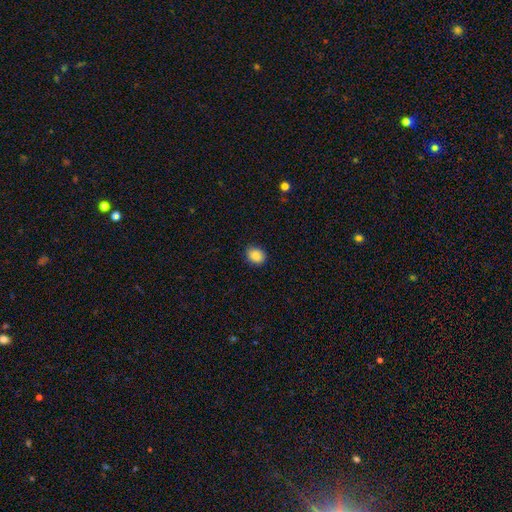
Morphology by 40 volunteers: A smooth galaxy with no disk features (92%) that is in between round and cigar-shaped (59%).

Vote fractions:
- Smooth or featured? smooth: 92% / featured or disk: 5% / star or artifact: 2%
- How rounded? in between: 59% / round: 41% / cigar-shaped: 0%
- Merging? none: 72% / minor disturbance: 23% / major disturbance: 5% / merger: 0%